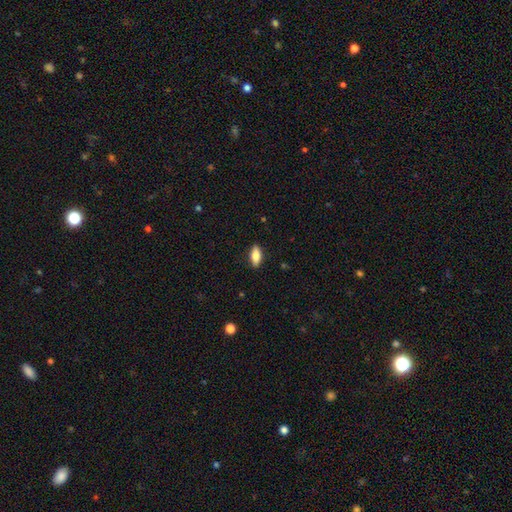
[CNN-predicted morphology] A smooth galaxy with no disk features (78%) that is in between round and cigar-shaped (83%). Merging: none (88%).